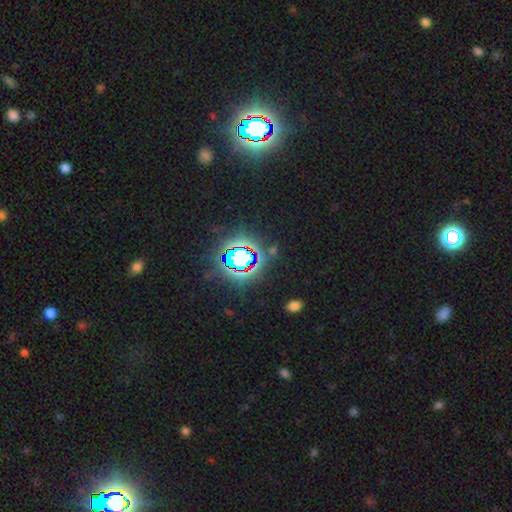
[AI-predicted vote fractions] A star or artifact, not a galaxy (81%).